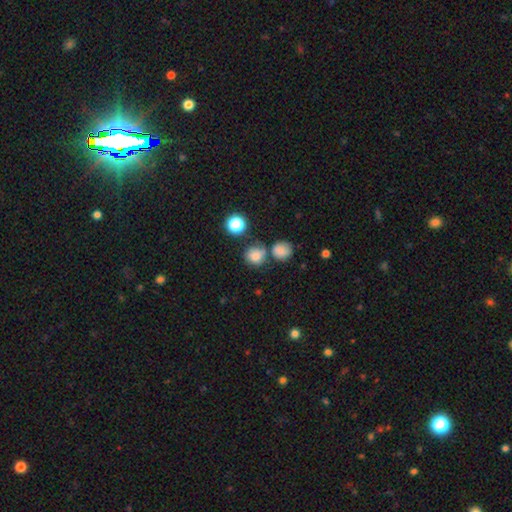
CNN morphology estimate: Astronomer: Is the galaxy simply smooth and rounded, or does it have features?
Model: smooth — 80%.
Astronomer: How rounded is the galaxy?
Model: round — 82%.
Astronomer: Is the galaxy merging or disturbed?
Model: none — 62%.